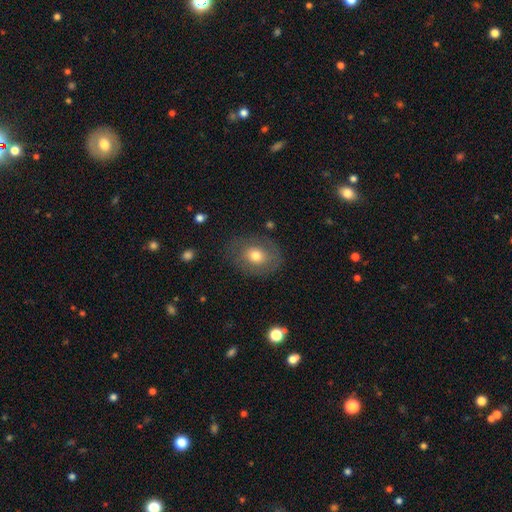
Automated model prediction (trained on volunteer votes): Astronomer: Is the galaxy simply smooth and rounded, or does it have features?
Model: smooth — 64%.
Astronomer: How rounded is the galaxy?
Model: in between — 53% (runner-up: round, 46%).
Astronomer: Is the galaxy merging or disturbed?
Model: none — 77%.